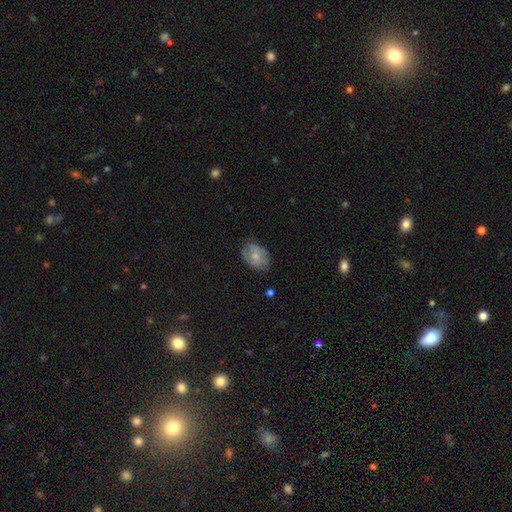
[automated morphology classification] A smooth galaxy with no disk features (54%) that is in between round and cigar-shaped (77%). Merging: none (71%).